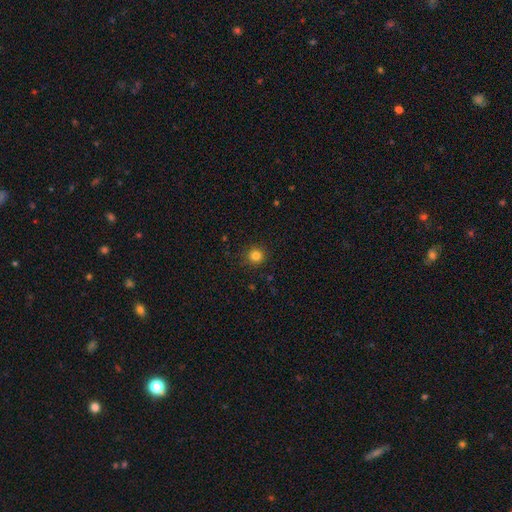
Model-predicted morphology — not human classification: The model was most divided on "smooth or featured": smooth: 82%, star or artifact: 13%, featured or disk: 5%. More confident: how rounded — round (94%); merging — none (90%).